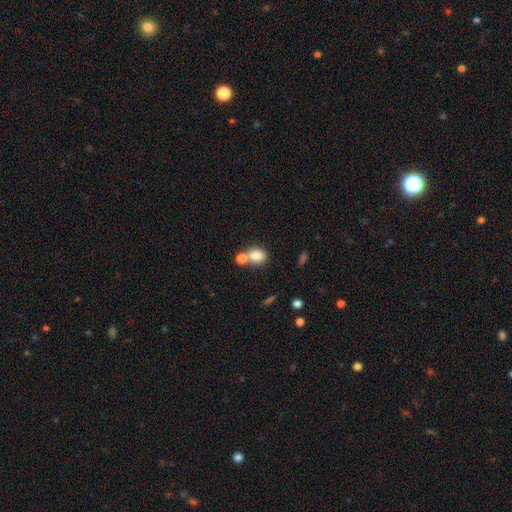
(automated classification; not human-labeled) Overall: smooth (81%). How rounded: round (55%; in between 44%). Merging: none (51%; merger 36%).